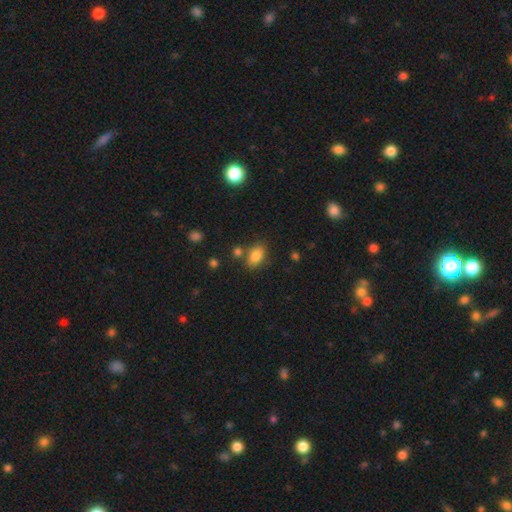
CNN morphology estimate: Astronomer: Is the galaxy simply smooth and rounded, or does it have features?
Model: smooth — 83%.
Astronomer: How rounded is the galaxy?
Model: in between — 86%.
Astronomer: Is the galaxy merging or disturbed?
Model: none — 72%.